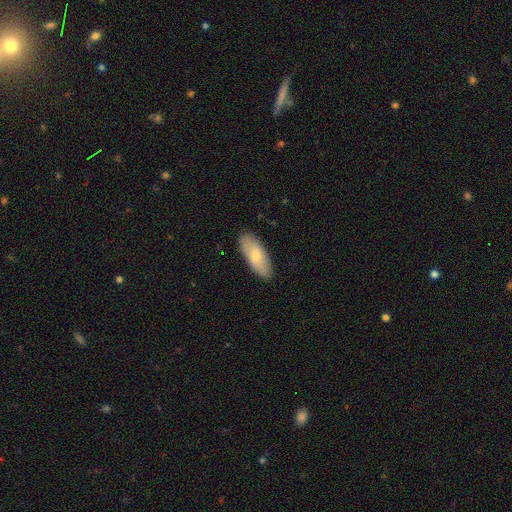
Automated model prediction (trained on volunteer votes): Smooth or featured?
  - smooth: 75% *
  - featured or disk: 19%
  - star or artifact: 5%
How rounded?
  - in between: 81% *
  - cigar-shaped: 17%
  - round: 2%
Merging?
  - none: 87% *
  - minor disturbance: 10%
  - major disturbance: 2%
  - merger: 1%